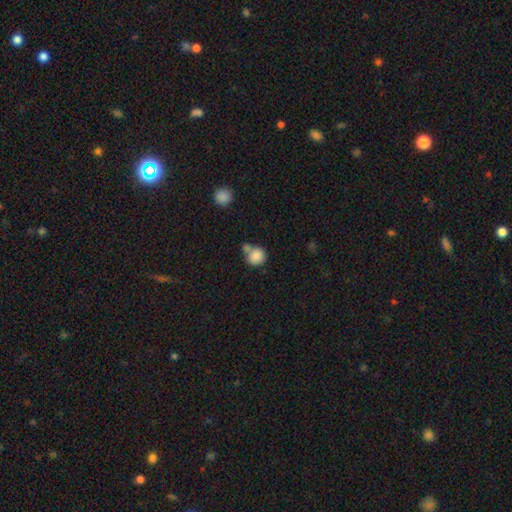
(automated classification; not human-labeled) This is clearly a smooth galaxy (85%). How rounded: clearly round (85%). Merging: possibly none (47%).